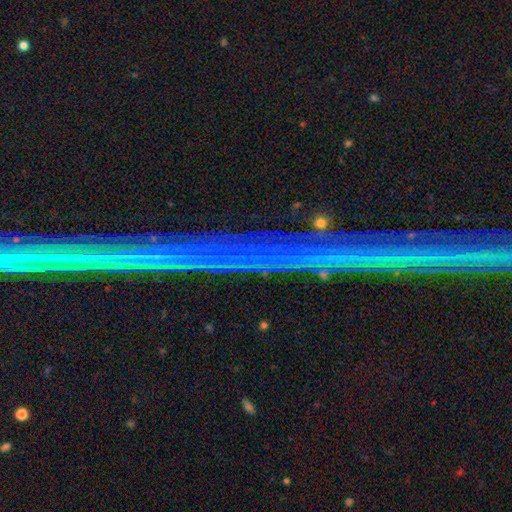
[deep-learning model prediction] Overall: star or artifact (74%).